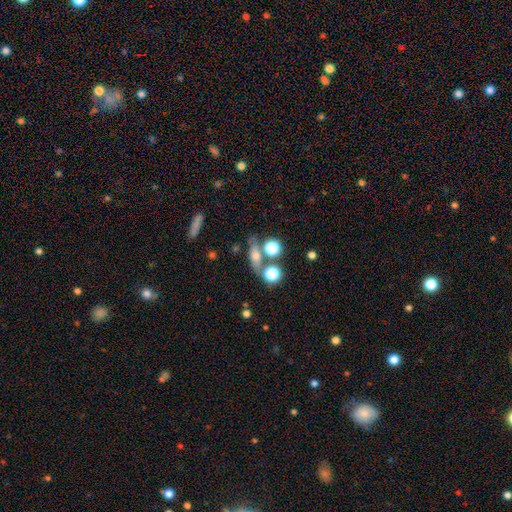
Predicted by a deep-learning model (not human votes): smooth_or_featured: smooth (p=0.55) [alt: featured or disk p=0.27]
how_rounded: in between (p=0.47) [alt: cigar-shaped p=0.30]
merging: none (p=0.61) [alt: merger p=0.19]